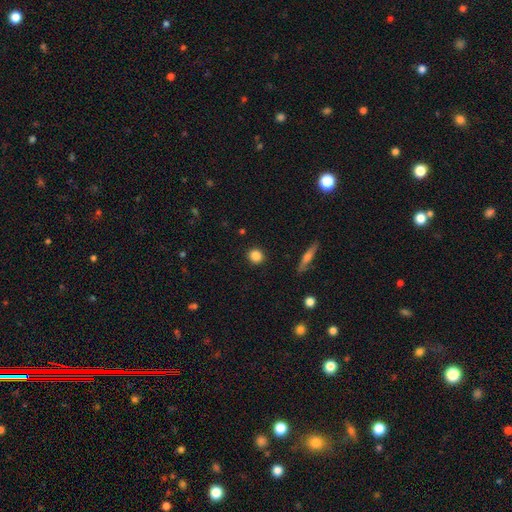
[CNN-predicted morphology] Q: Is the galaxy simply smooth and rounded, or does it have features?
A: smooth — 85%.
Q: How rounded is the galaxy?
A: round — 89%.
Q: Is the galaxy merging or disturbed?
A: none — 91%.